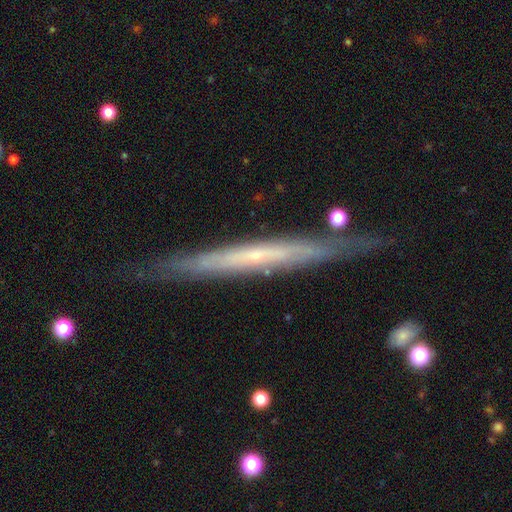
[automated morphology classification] smooth_or_featured: featured or disk (p=0.73) [alt: smooth p=0.21]
disk_edge_on: yes (p=0.92) [alt: no p=0.08]
edge_on_bulge: none (p=0.67) [alt: rounded p=0.29]
merging: none (p=0.82) [alt: minor disturbance p=0.14]